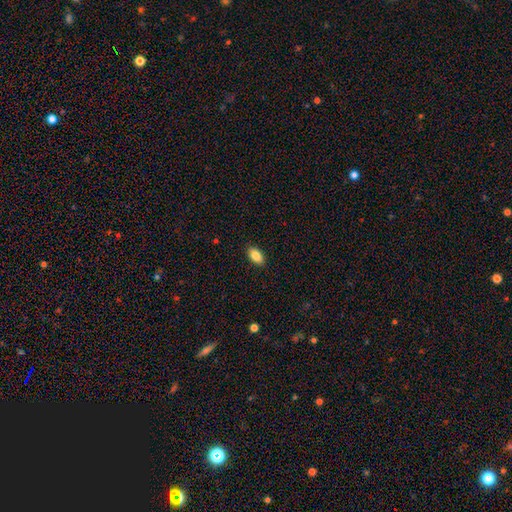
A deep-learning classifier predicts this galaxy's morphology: A smooth galaxy with no disk features (86%) that is in between round and cigar-shaped (93%).

Vote fractions:
- Smooth or featured? smooth: 86% / star or artifact: 7% / featured or disk: 6%
- How rounded? in between: 93% / round: 4% / cigar-shaped: 3%
- Merging? none: 90% / minor disturbance: 8% / major disturbance: 2% / merger: 1%